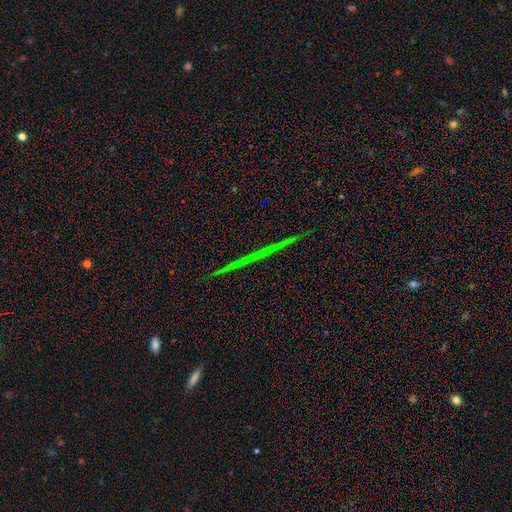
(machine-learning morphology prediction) star or artifact 59%, featured or disk 27%, smooth 13%.